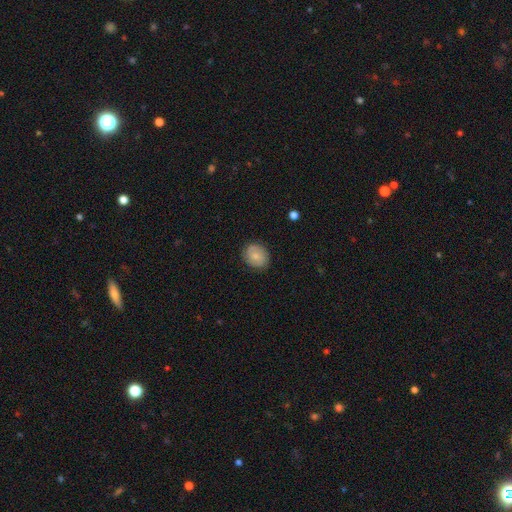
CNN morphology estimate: Q: Smooth or featured?
A: smooth (55%); runner-up: featured or disk (38%)
Q: How rounded?
A: round (69%); runner-up: in between (30%)
Q: Merging?
A: none (85%); runner-up: minor disturbance (11%)